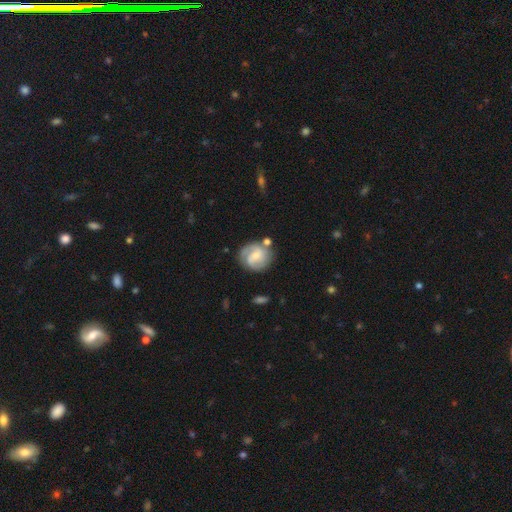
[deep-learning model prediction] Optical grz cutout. It shows a featured or disk galaxy (74%) with a weak bar (48%), 2 (66%) medium (45%) spiral arms (94%) and a small central bulge (57%). Merging: none (68%).